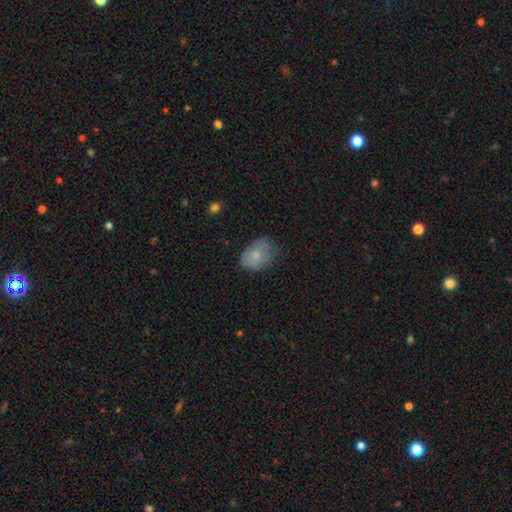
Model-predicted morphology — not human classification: Smooth or featured? Predicted: smooth (p=0.79). How rounded? Predicted: in between (p=0.74). Merging? Predicted: none (p=0.64).